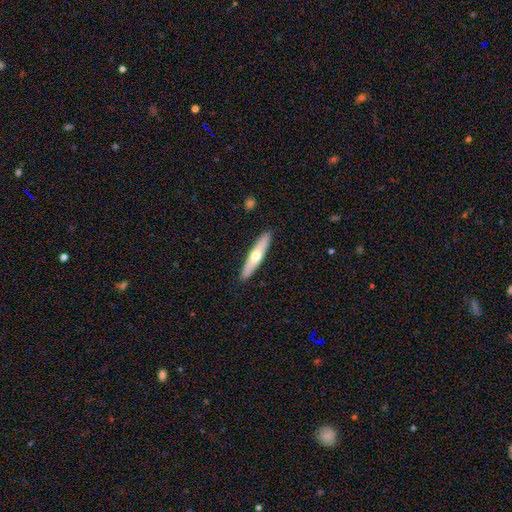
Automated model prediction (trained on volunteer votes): Overall: smooth (51%; featured or disk 44%). How rounded: cigar-shaped (84%). Merging: none (91%).